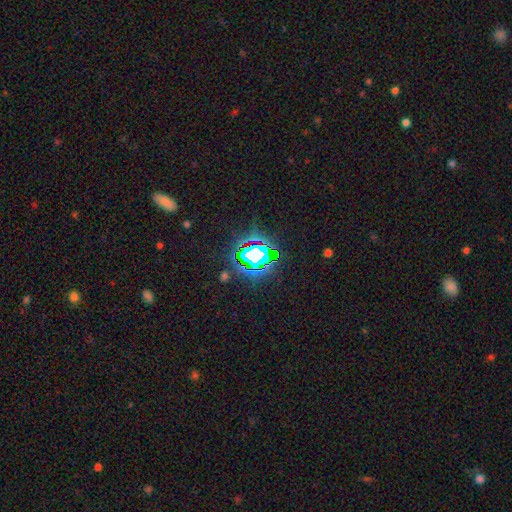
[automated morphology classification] A star or artifact, not a galaxy (68%).